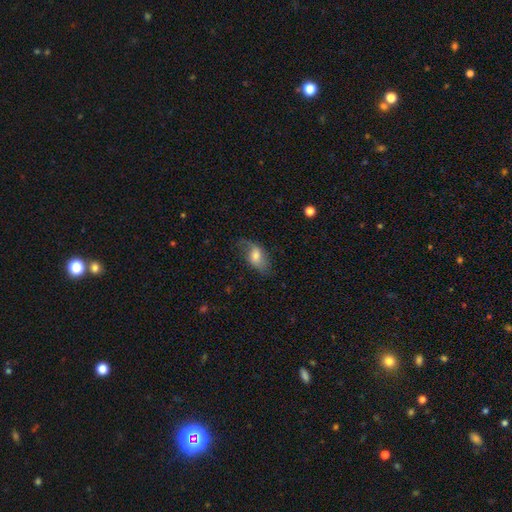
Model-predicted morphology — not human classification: Smooth or featured? smooth (53%)
How rounded? in between (87%)
Merging? none (54%)